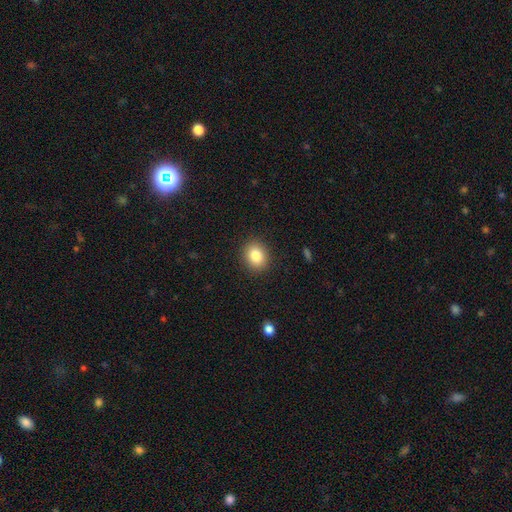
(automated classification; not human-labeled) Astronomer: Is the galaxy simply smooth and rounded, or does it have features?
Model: smooth — 84%.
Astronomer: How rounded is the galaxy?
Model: round — 59% (runner-up: in between, 40%).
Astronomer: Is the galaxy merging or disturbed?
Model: none — 90%.